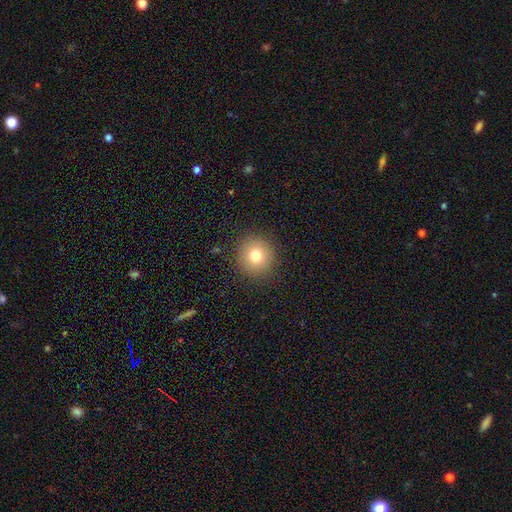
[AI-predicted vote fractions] Morphology: type=smooth (78%); roundness=round (94%); merging=none (91%).